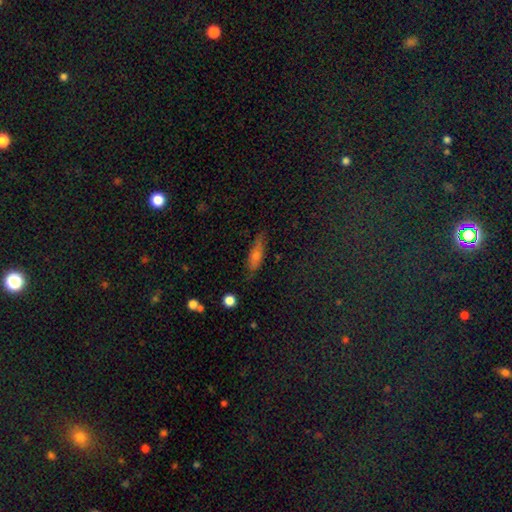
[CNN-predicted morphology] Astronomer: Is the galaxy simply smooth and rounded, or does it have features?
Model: smooth — 53% (runner-up: featured or disk, 34%).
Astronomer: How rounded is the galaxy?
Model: cigar-shaped — 55% (runner-up: in between, 41%).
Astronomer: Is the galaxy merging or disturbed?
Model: none — 73%.